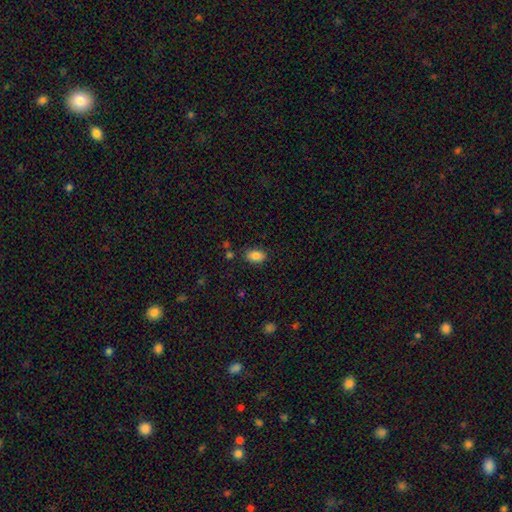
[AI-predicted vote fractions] Smooth or featured? Predicted: smooth (p=0.85). How rounded? Predicted: in between (p=0.87). Merging? Predicted: none (p=0.82).